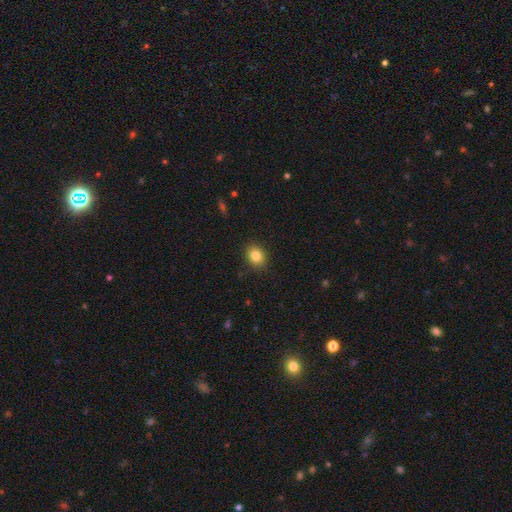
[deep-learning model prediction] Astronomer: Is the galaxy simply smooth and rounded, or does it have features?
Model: smooth — 82%.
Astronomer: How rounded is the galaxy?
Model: round — 58% (runner-up: in between, 41%).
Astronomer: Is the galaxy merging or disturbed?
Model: none — 88%.